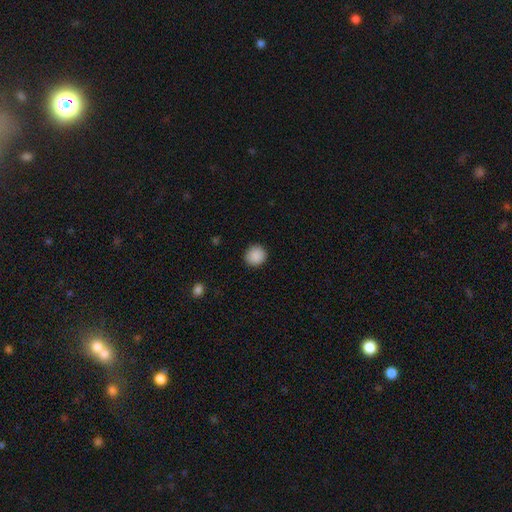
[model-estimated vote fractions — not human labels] A smooth galaxy with no disk features (89%) that is round (91%).

Vote fractions:
- Smooth or featured? smooth: 89% / star or artifact: 8% / featured or disk: 3%
- How rounded? round: 91% / in between: 8% / cigar-shaped: 1%
- Merging? none: 91% / minor disturbance: 6% / major disturbance: 2% / merger: 1%